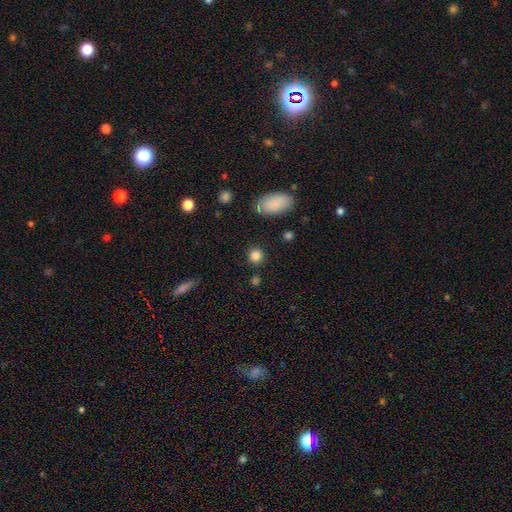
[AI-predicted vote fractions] A smooth galaxy with no disk features (84%) that is round (87%).

Vote fractions:
- Smooth or featured? smooth: 84% / star or artifact: 11% / featured or disk: 5%
- How rounded? round: 87% / in between: 12% / cigar-shaped: 1%
- Merging? none: 86% / minor disturbance: 8% / merger: 3% / major disturbance: 3%